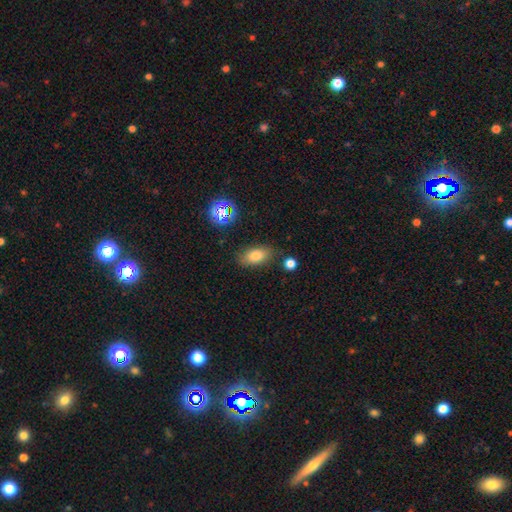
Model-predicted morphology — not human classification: Overall: smooth (79%). How rounded: in between (87%). Merging: none (81%).